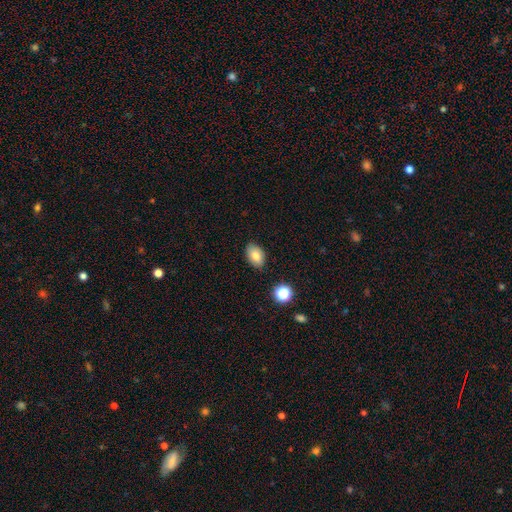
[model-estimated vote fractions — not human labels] Smooth or featured? Predicted: smooth (p=0.80). How rounded? Predicted: in between (p=0.86). Merging? Predicted: none (p=0.86).